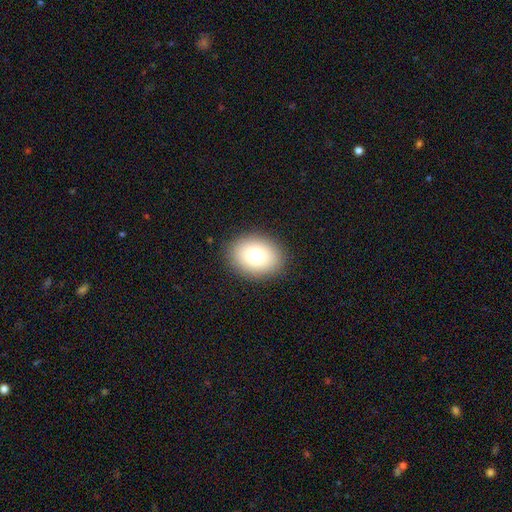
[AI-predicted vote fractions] smooth_or_featured: smooth (p=0.77) [alt: featured or disk p=0.12]
how_rounded: in between (p=0.64) [alt: round p=0.35]
merging: none (p=0.88) [alt: minor disturbance p=0.08]